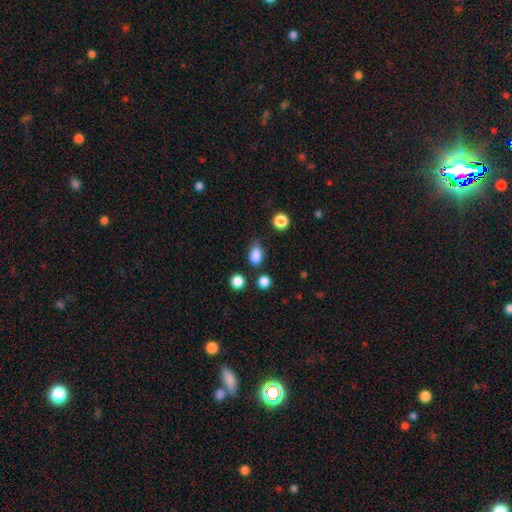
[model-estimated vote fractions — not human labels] A smooth galaxy with no disk features (85%) that is in between round and cigar-shaped (73%). Merging: none (60%).